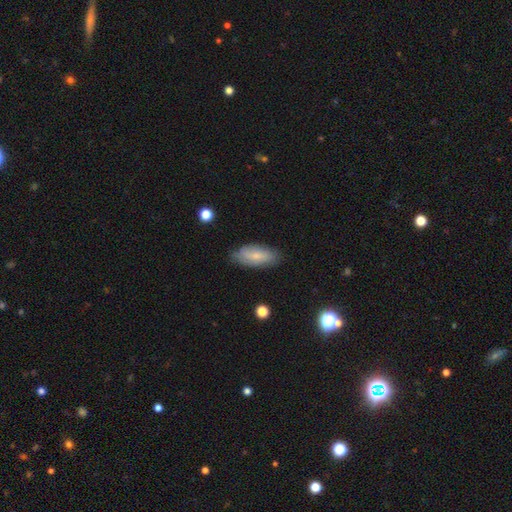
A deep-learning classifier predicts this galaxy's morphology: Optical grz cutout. It shows a smooth galaxy with no disk features (67%) that is in between round and cigar-shaped (81%). Merging: none (78%).